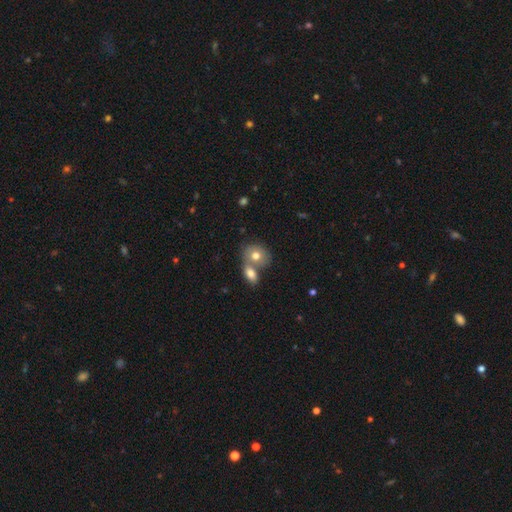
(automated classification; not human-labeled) A smooth galaxy with no disk features (74%) that is in between round and cigar-shaped (52%). Merging: merger (54%).